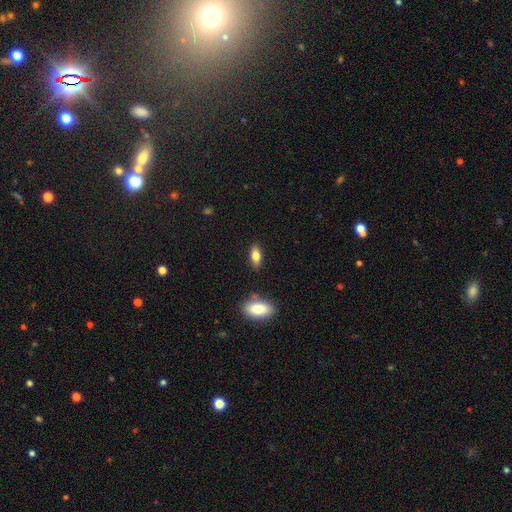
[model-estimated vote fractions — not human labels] This is likely a smooth galaxy (78%). How rounded: clearly in between (82%). Merging: clearly none (85%).